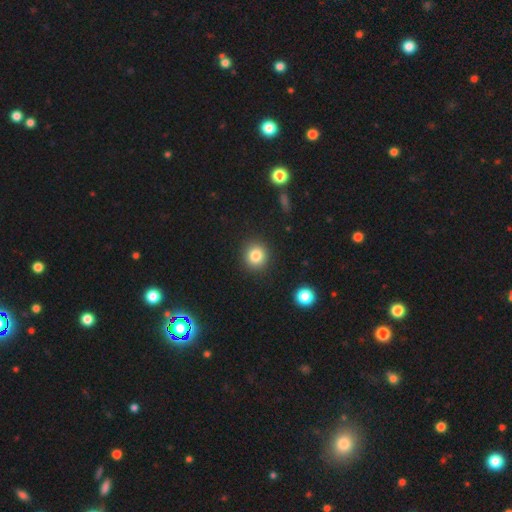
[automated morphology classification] Smooth or featured?
  - smooth: 83% *
  - star or artifact: 11%
  - featured or disk: 6%
How rounded?
  - round: 88% *
  - in between: 11%
  - cigar-shaped: 1%
Merging?
  - none: 90% *
  - minor disturbance: 6%
  - major disturbance: 2%
  - merger: 1%